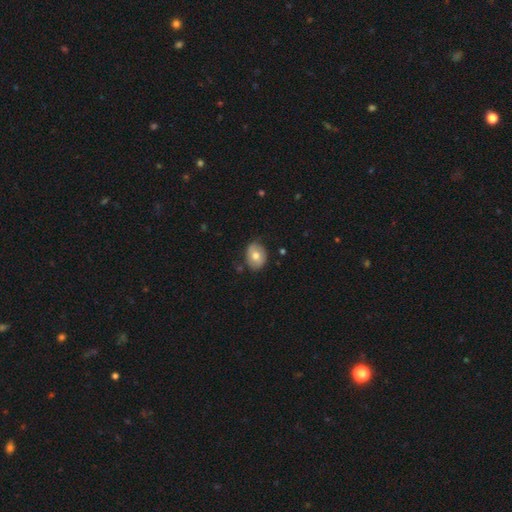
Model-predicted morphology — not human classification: This appears to be a smooth galaxy with no disk features (66%) that is in between round and cigar-shaped (57%). Merging: none (73%).